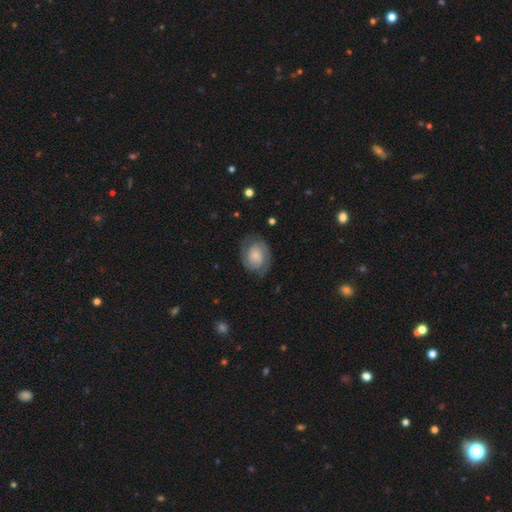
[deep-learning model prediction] The model was most divided on "spiral winding": tight: 55%, medium: 35%, loose: 10%. More confident: edge-on disk — no (98%); spiral arms — yes (93%); spiral arm count — 2 (84%); merging — none (76%); smooth or featured — featured or disk (71%); bar — no (70%); bulge size — small (51%).